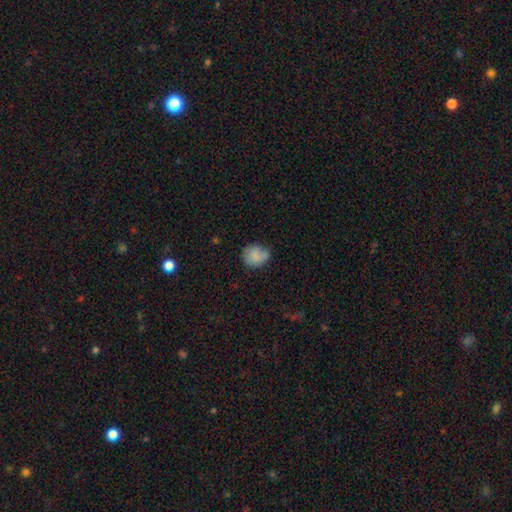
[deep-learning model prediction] Smooth or featured? Predicted: smooth (p=0.78). How rounded? Predicted: round (p=0.65). Merging? Predicted: none (p=0.53).